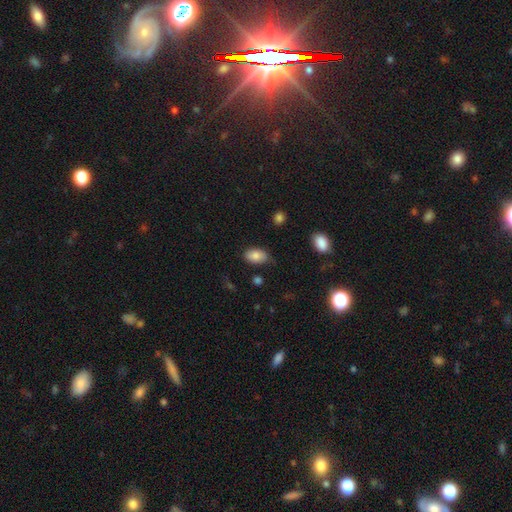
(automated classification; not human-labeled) Q: Smooth or featured?
A: smooth (84%); runner-up: featured or disk (9%)
Q: How rounded?
A: in between (92%); runner-up: round (7%)
Q: Merging?
A: none (70%); runner-up: minor disturbance (24%)